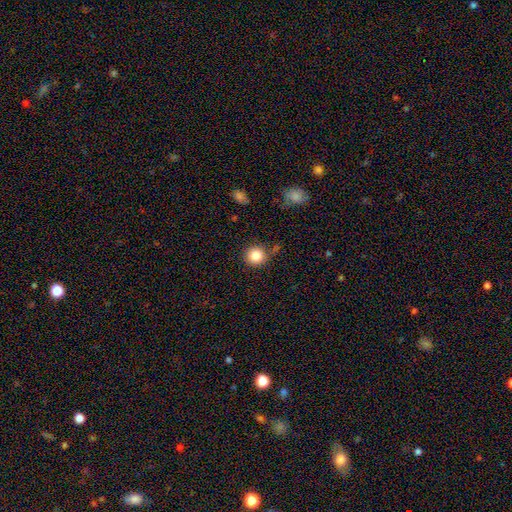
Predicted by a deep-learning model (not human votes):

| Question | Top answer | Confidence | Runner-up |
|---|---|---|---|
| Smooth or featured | smooth | 85% | star or artifact (10%) |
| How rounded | round | 93% | in between (6%) |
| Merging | none | 79% | minor disturbance (13%) |